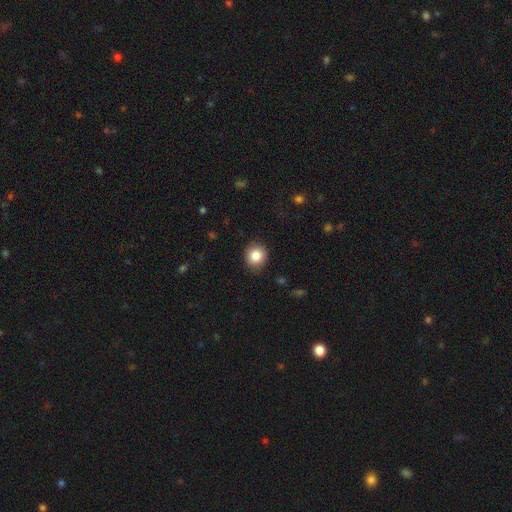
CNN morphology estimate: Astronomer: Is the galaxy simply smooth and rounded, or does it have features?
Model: smooth — 84%.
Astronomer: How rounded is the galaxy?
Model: round — 83%.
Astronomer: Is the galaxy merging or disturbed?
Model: none — 88%.